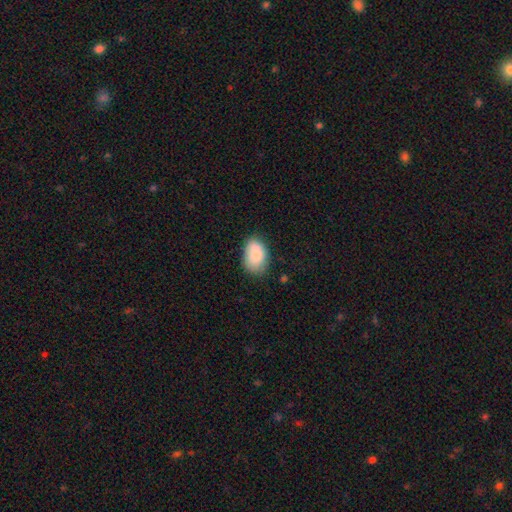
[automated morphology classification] Smooth or featured? smooth (84%)
How rounded? in between (86%)
Merging? none (69%)